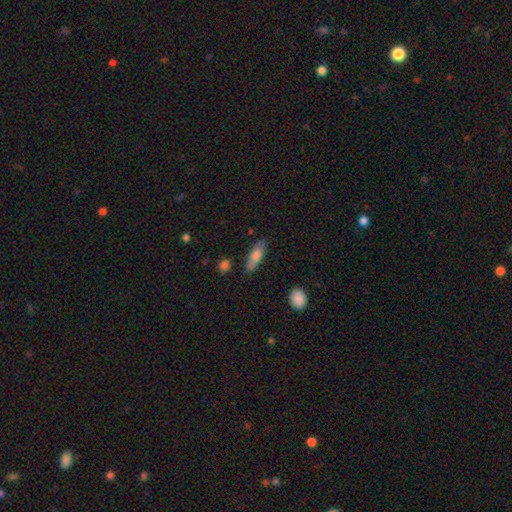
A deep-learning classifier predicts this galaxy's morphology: Q: Smooth or featured?
A: smooth (75%); runner-up: featured or disk (18%)
Q: How rounded?
A: in between (54%); runner-up: cigar-shaped (43%)
Q: Merging?
A: none (79%); runner-up: minor disturbance (16%)